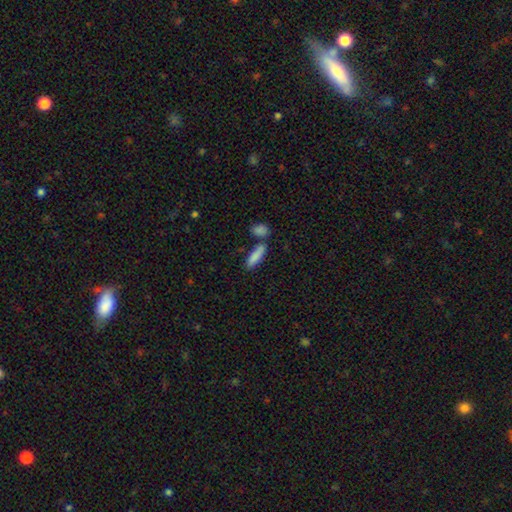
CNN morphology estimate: Smooth or featured: smooth — 86% (featured or disk — 8%)
How rounded: cigar-shaped — 56% (in between — 42%)
Merging: none — 67% (merger — 18%)